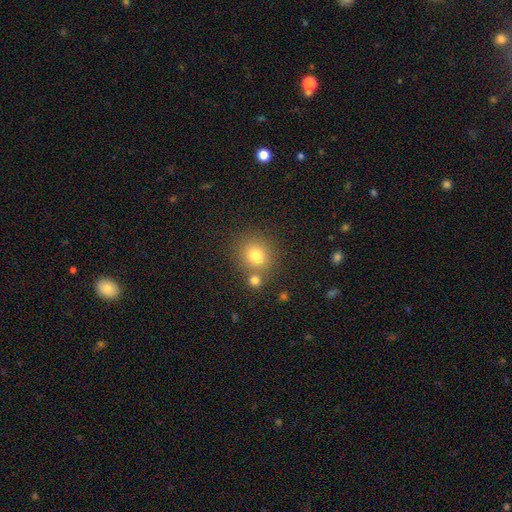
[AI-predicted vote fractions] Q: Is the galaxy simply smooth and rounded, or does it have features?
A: smooth — 77%.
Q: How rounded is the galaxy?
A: round — 83%.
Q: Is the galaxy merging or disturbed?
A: none — 70%.